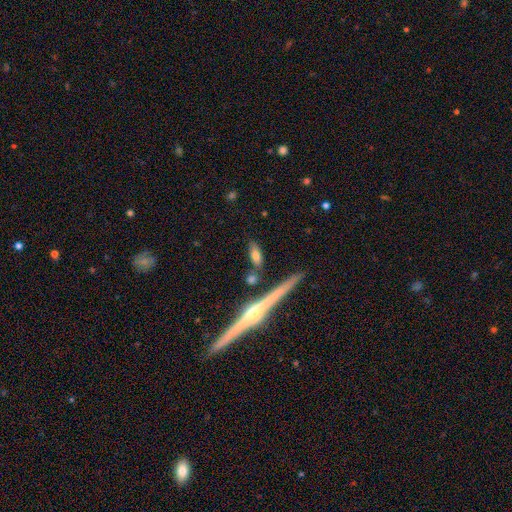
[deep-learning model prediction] This appears to be a smooth galaxy with no disk features (66%) that is in between round and cigar-shaped (60%). Merging: none (72%).